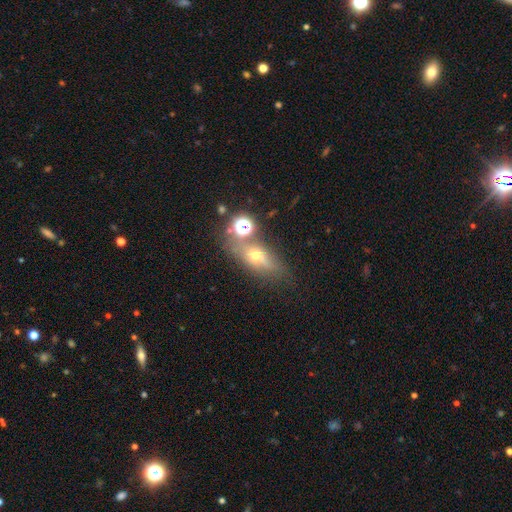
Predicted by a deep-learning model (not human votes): smooth_or_featured: smooth (p=0.42) [alt: featured or disk p=0.40]
merging: none (p=0.62) [alt: minor disturbance p=0.17]